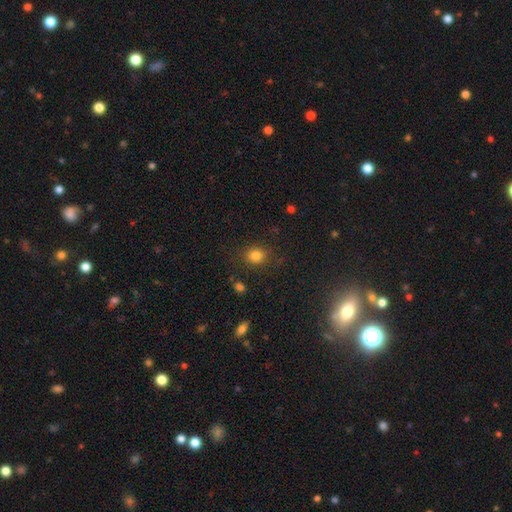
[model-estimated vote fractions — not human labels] Q: Smooth or featured?
A: smooth (83%); runner-up: star or artifact (12%)
Q: How rounded?
A: round (74%); runner-up: in between (25%)
Q: Merging?
A: none (83%); runner-up: minor disturbance (11%)